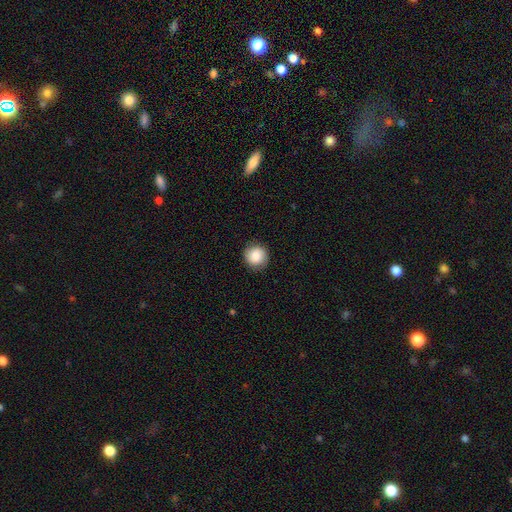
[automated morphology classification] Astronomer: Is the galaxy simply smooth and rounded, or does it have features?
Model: smooth — 84%.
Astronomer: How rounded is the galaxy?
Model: round — 93%.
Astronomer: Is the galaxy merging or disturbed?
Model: none — 87%.